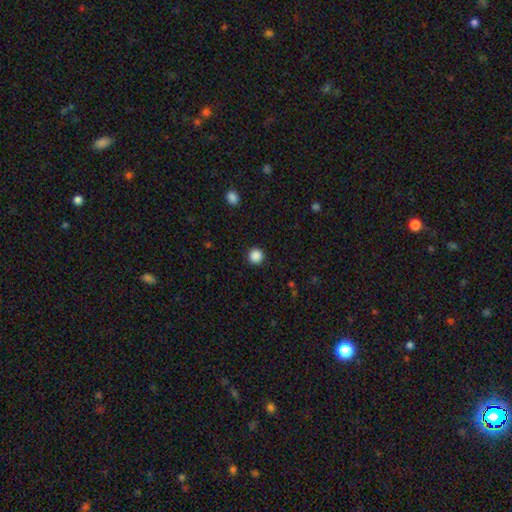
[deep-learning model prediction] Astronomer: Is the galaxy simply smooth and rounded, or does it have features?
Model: smooth — 88%.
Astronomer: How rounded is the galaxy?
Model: round — 95%.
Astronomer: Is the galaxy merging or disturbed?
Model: none — 92%.